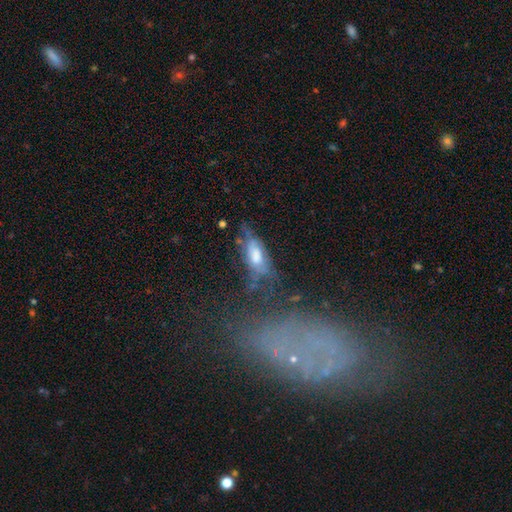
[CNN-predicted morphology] This appears to be a smooth galaxy with no disk features (54%) that is in between round and cigar-shaped (78%). Merging: none (38%).